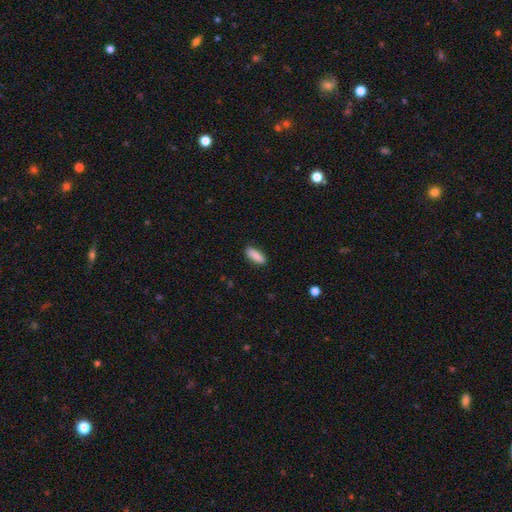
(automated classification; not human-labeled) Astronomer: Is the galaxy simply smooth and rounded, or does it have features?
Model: smooth — 87%.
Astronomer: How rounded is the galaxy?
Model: in between — 68%.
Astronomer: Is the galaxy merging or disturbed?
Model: none — 87%.